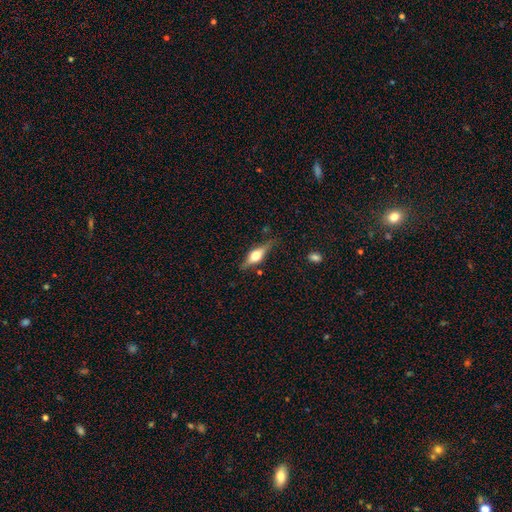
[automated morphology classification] smooth_or_featured: featured or disk (p=0.60) [alt: smooth p=0.33]
disk_edge_on: yes (p=0.94) [alt: no p=0.06]
edge_on_bulge: rounded (p=0.93) [alt: boxy p=0.05]
merging: none (p=0.78) [alt: minor disturbance p=0.16]